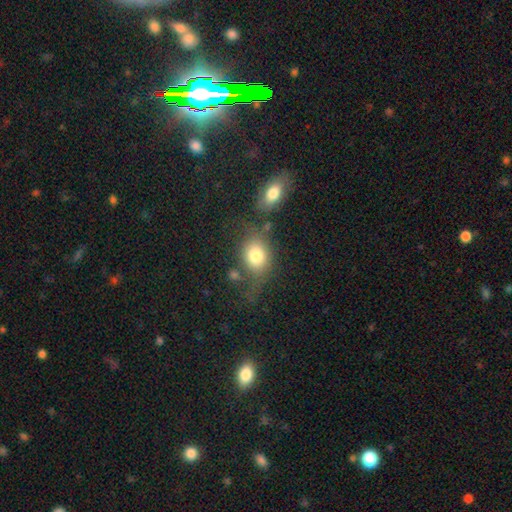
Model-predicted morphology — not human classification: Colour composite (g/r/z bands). It shows a smooth galaxy with no disk features (76%) that is in between round and cigar-shaped (51%). Merging: none (50%).